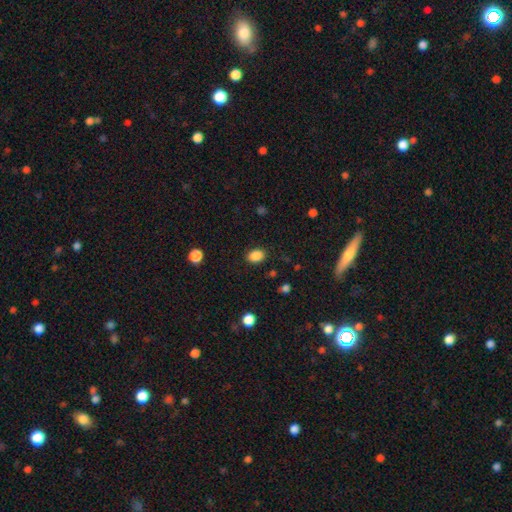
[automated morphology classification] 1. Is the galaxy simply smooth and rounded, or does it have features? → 87% smooth, 10% star or artifact, 3% featured or disk.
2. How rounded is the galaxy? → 71% in between, 28% round, 1% cigar-shaped.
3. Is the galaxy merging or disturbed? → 86% none, 9% minor disturbance, 3% major disturbance, 1% merger.